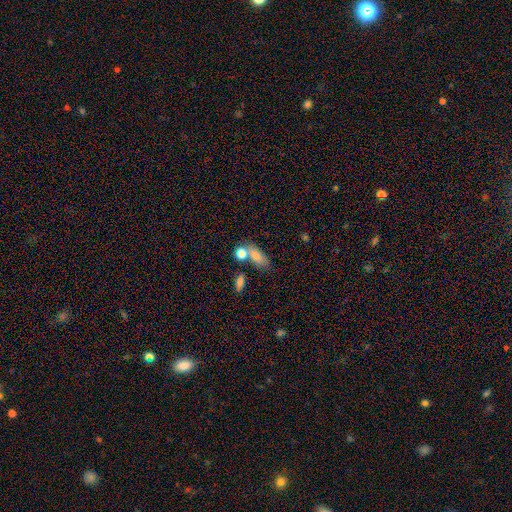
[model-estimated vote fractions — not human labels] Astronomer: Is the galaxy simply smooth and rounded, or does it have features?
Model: smooth — 77%.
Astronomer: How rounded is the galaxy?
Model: in between — 72%.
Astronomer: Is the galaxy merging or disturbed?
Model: none — 52% (runner-up: merger, 28%).